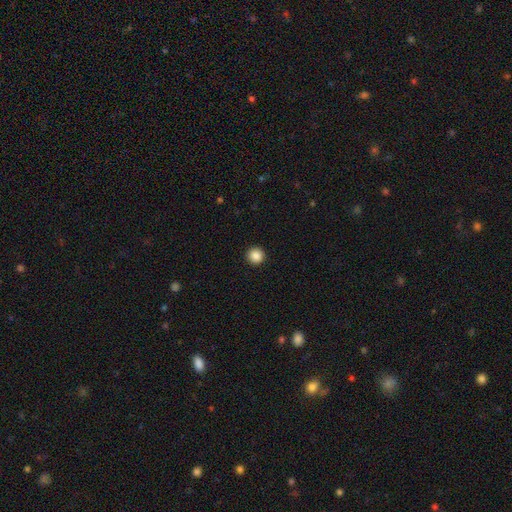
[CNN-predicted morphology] Q: Smooth or featured?
A: smooth (87%); runner-up: star or artifact (10%)
Q: How rounded?
A: round (96%); runner-up: in between (3%)
Q: Merging?
A: none (93%); runner-up: minor disturbance (4%)